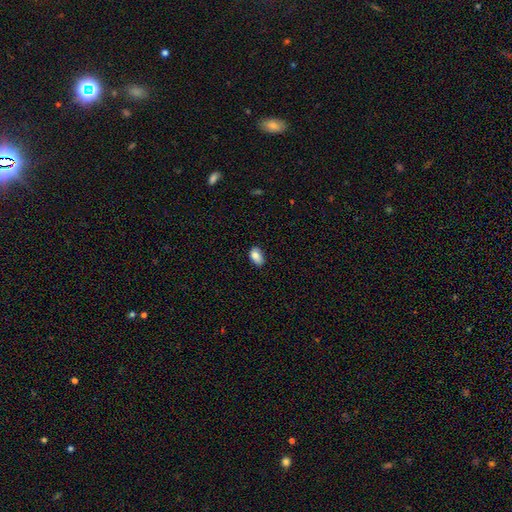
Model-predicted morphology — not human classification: Smooth or featured?
  - smooth: 86% *
  - star or artifact: 8%
  - featured or disk: 6%
How rounded?
  - in between: 90% *
  - round: 8%
  - cigar-shaped: 2%
Merging?
  - none: 73% *
  - minor disturbance: 23%
  - major disturbance: 3%
  - merger: 1%